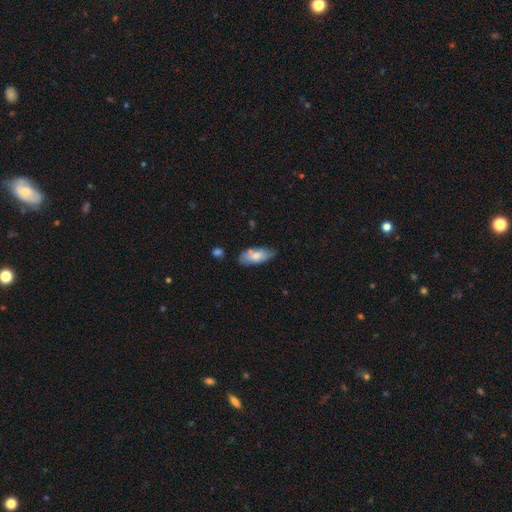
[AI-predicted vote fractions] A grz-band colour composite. It shows a smooth galaxy with no disk features (73%) that is in between round and cigar-shaped (86%). Merging: none (63%).